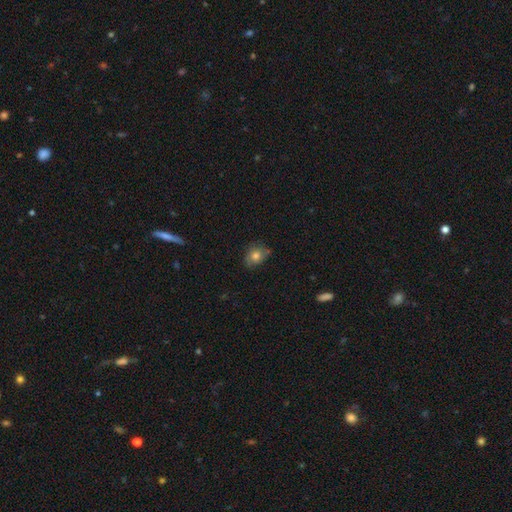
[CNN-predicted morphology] Overall: smooth (77%). How rounded: in between (53%; round 46%). Merging: none (67%).